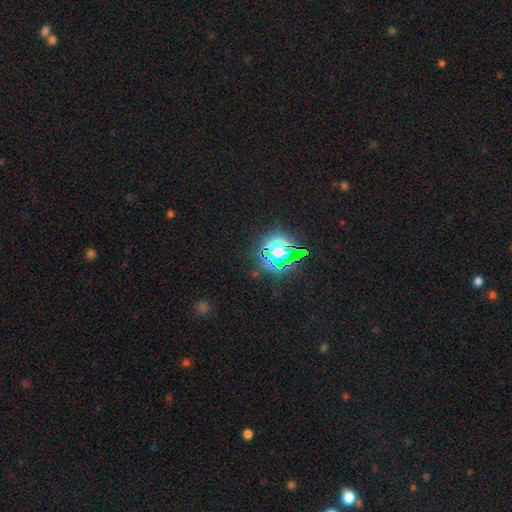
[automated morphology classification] The model was most divided on "smooth or featured": star or artifact: 80%, smooth: 14%, featured or disk: 6%.